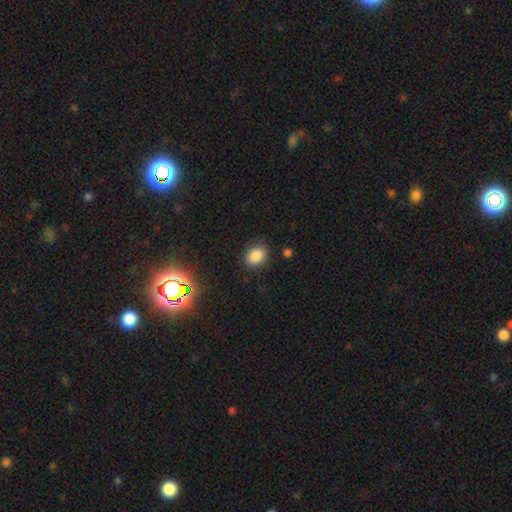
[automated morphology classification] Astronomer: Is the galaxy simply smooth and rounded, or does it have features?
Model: smooth — 85%.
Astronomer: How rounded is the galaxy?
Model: in between — 54% (runner-up: round, 45%).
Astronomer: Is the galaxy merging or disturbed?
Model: none — 85%.